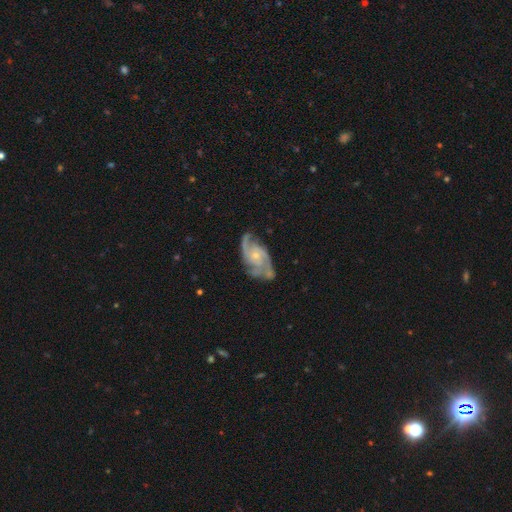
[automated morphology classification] A featured or disk galaxy (89%) with no bar (71%), 2 (51%) medium (52%) spiral arms (97%) and a small central bulge (69%). Merging: none (67%).